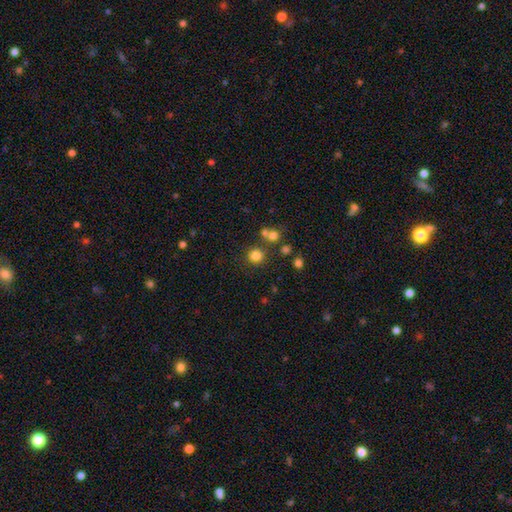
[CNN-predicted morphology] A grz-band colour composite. It shows a smooth galaxy with no disk features (80%) that is round (92%). Merging: none (80%).